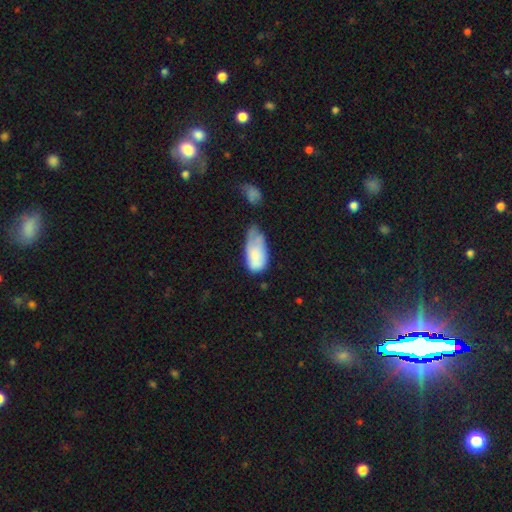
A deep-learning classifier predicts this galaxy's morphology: Overall: smooth (73%). How rounded: in between (92%). Merging: minor disturbance (41%; major disturbance 28%).